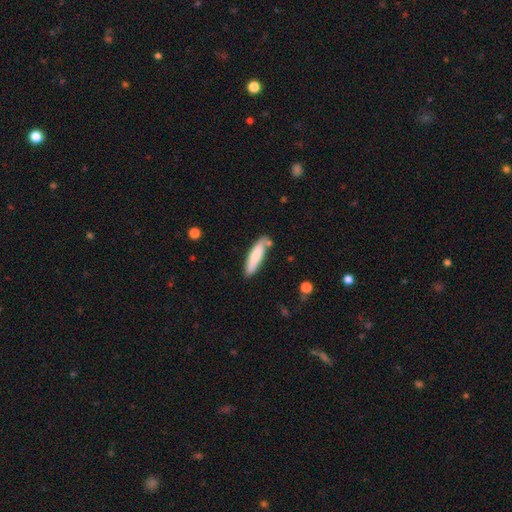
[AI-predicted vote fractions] This is likely a smooth galaxy (79%). How rounded: likely cigar-shaped (73%). Merging: likely none (74%).